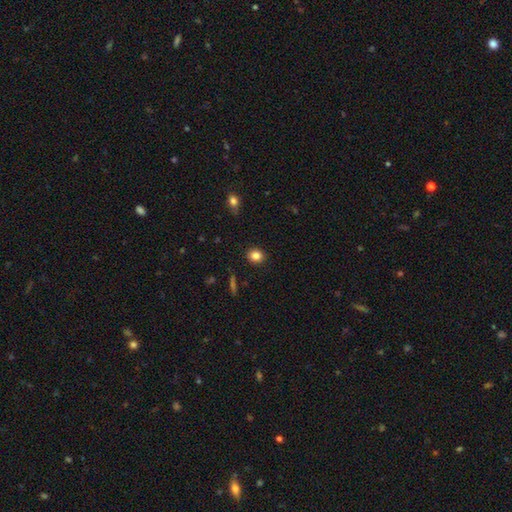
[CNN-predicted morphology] Q: Smooth or featured?
A: smooth (84%); runner-up: star or artifact (11%)
Q: How rounded?
A: round (73%); runner-up: in between (26%)
Q: Merging?
A: none (90%); runner-up: minor disturbance (7%)